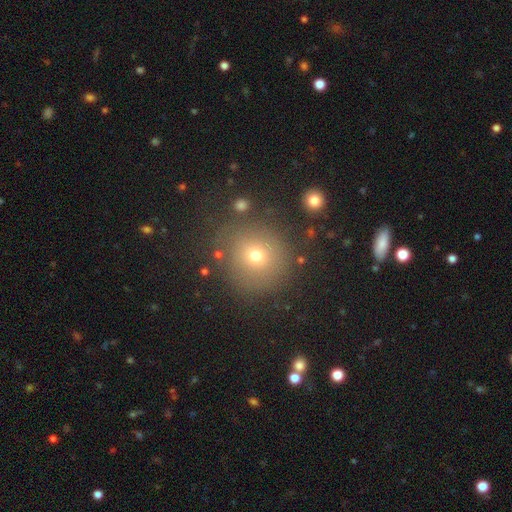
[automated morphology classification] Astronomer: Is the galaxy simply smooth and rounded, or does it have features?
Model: smooth — 70%.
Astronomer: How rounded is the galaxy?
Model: round — 91%.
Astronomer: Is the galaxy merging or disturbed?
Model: none — 82%.